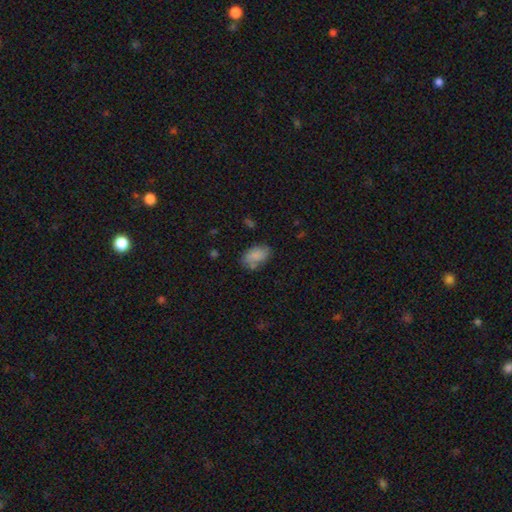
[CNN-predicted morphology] A smooth galaxy with no disk features (84%) that is in between round and cigar-shaped (91%). Merging: none (67%).